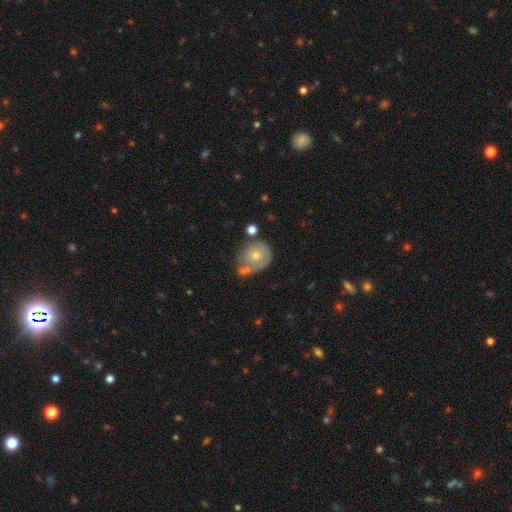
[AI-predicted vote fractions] smooth-or-featured: smooth: 62% | featured or disk: 30% | star or artifact: 8%
  how-rounded: round: 83% | in between: 16% | cigar-shaped: 1%
  merging: none: 45% | merger: 26% | minor disturbance: 21% | major disturbance: 8%